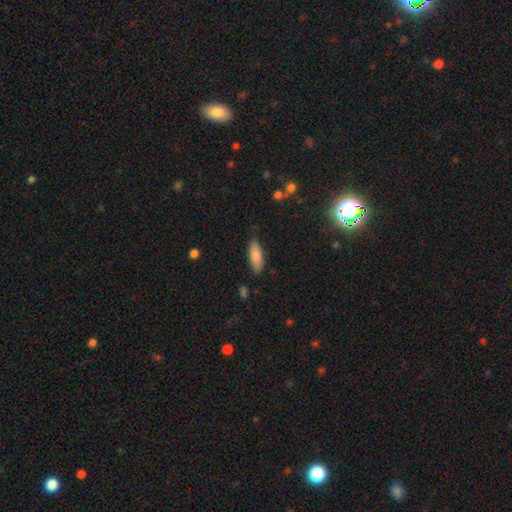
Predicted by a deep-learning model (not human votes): smooth-or-featured: smooth: 84% | featured or disk: 10% | star or artifact: 6%
  how-rounded: in between: 68% | cigar-shaped: 30% | round: 2%
  merging: none: 84% | minor disturbance: 12% | major disturbance: 2% | merger: 1%